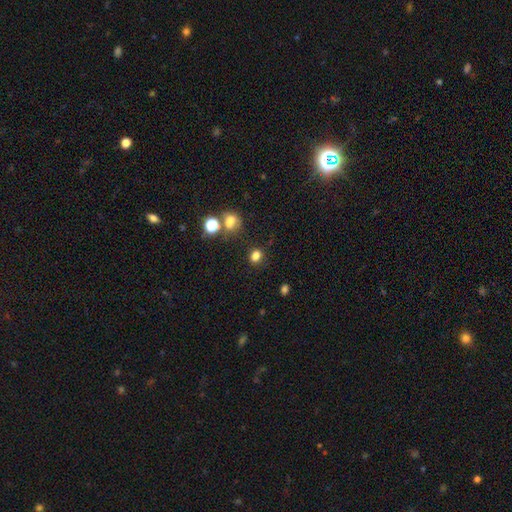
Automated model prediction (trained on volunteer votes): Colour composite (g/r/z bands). It shows a smooth galaxy with no disk features (78%) that is round (60%). Merging: none (78%).